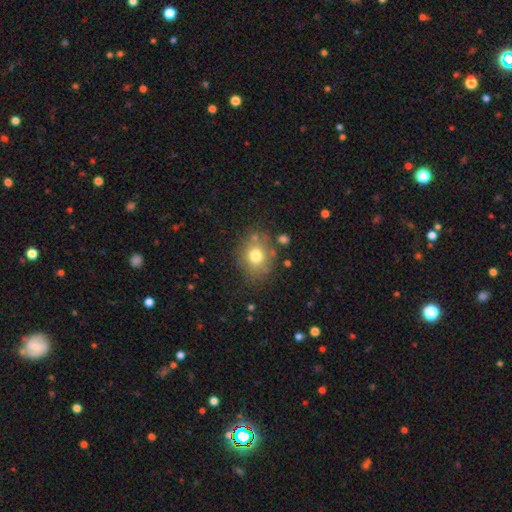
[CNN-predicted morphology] Q: Smooth or featured?
A: smooth (75%); runner-up: featured or disk (13%)
Q: How rounded?
A: round (63%); runner-up: in between (36%)
Q: Merging?
A: none (75%); runner-up: minor disturbance (14%)